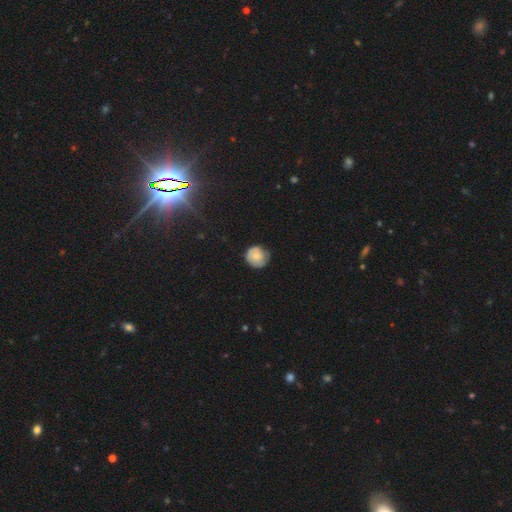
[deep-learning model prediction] Smooth or featured?
  - smooth: 66% *
  - featured or disk: 26%
  - star or artifact: 8%
How rounded?
  - round: 89% *
  - in between: 10%
  - cigar-shaped: 1%
Merging?
  - none: 67% *
  - minor disturbance: 27%
  - major disturbance: 5%
  - merger: 1%